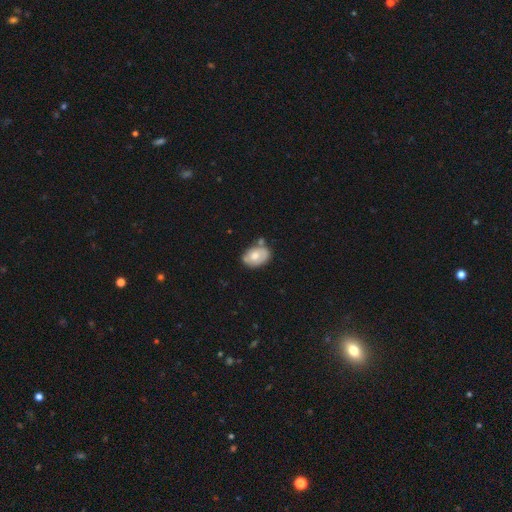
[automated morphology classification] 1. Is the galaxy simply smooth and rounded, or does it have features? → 58% smooth, 35% featured or disk, 7% star or artifact.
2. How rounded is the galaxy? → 81% in between, 17% round, 1% cigar-shaped.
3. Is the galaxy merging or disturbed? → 55% none, 25% minor disturbance, 13% merger, 6% major disturbance.